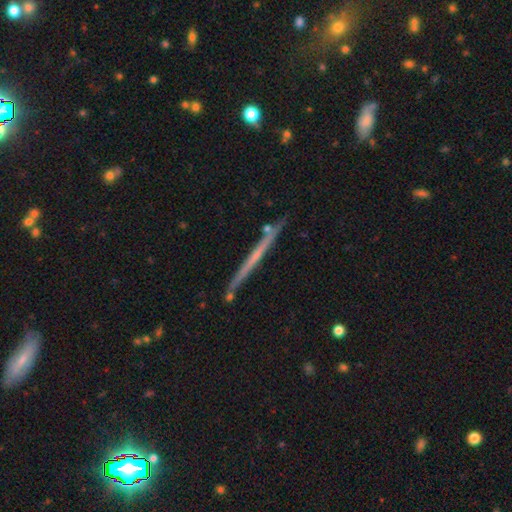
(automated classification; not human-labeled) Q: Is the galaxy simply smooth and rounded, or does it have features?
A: featured or disk — 62%.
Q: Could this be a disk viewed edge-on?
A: yes — 98%.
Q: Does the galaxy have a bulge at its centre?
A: none — 86%.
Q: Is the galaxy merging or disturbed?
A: none — 87%.